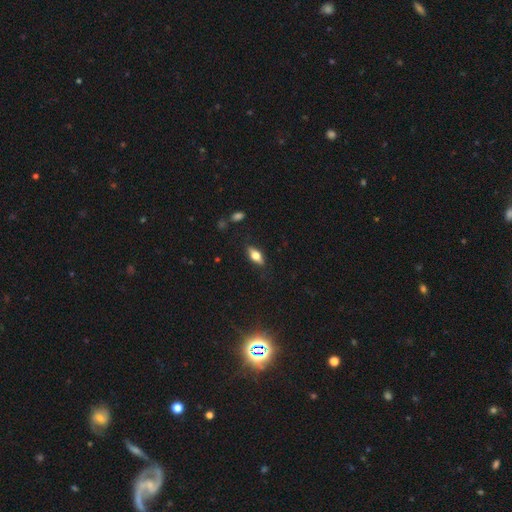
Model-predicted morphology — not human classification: Q: Smooth or featured?
A: smooth (57%); runner-up: featured or disk (35%)
Q: How rounded?
A: in between (76%); runner-up: cigar-shaped (19%)
Q: Merging?
A: none (84%); runner-up: minor disturbance (12%)